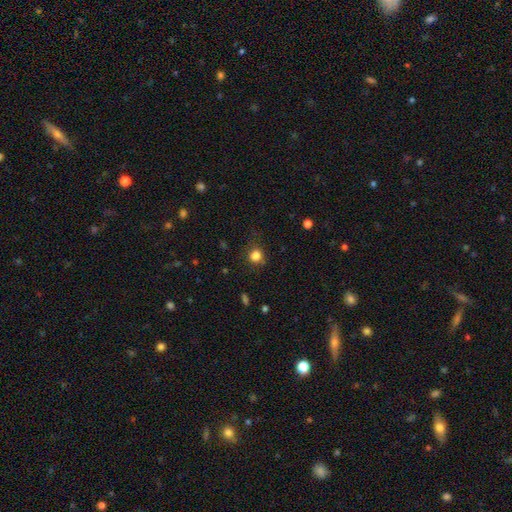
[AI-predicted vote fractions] The model was most divided on "merging": none: 71%, minor disturbance: 20%, major disturbance: 7%, merger: 3%. More confident: smooth or featured — smooth (82%); how rounded — round (79%).